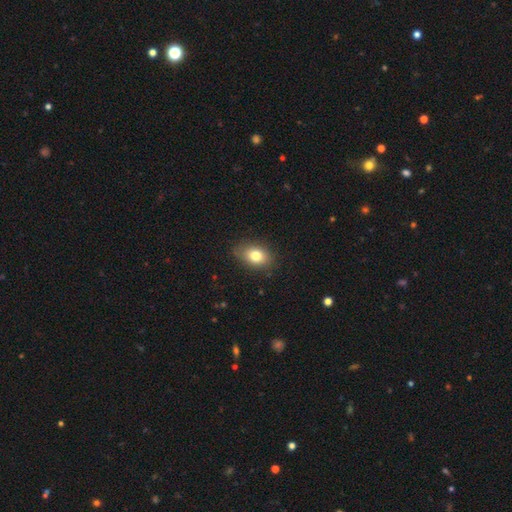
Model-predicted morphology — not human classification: Q: Smooth or featured?
A: smooth (78%); runner-up: featured or disk (12%)
Q: How rounded?
A: in between (80%); runner-up: round (18%)
Q: Merging?
A: none (82%); runner-up: minor disturbance (14%)